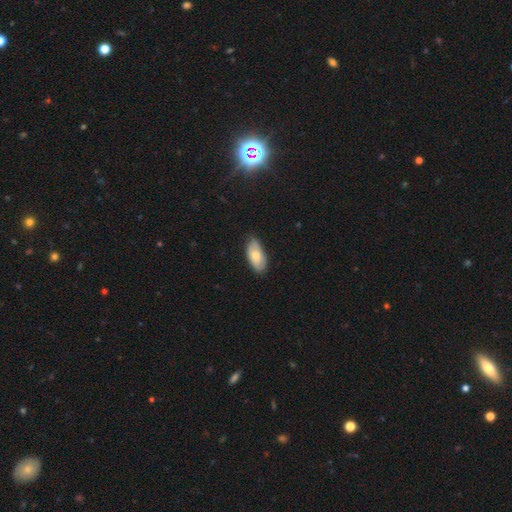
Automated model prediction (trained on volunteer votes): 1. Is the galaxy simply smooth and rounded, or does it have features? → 66% smooth, 27% featured or disk, 6% star or artifact.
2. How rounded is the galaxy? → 92% in between, 6% cigar-shaped, 3% round.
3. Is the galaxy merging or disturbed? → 70% none, 25% minor disturbance, 4% major disturbance, 1% merger.